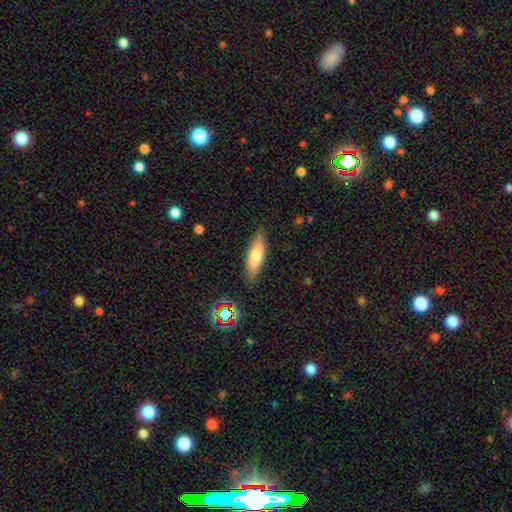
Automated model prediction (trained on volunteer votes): This is likely a smooth galaxy (74%). How rounded: possibly cigar-shaped (50%). Merging: clearly none (85%).